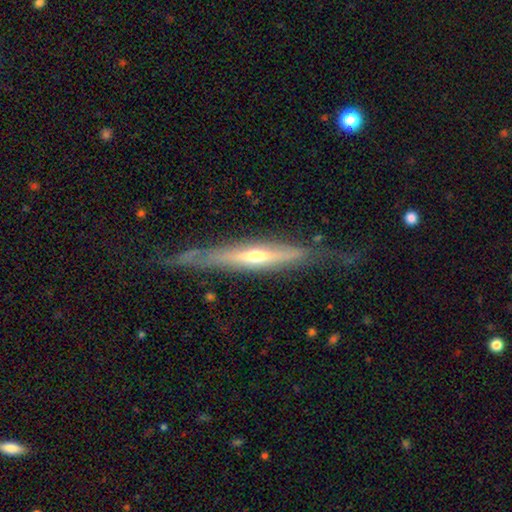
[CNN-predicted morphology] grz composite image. It shows a featured or disk galaxy (71%) viewed edge-on (88%) with a rounded central bulge (75%). Merging: none (70%).